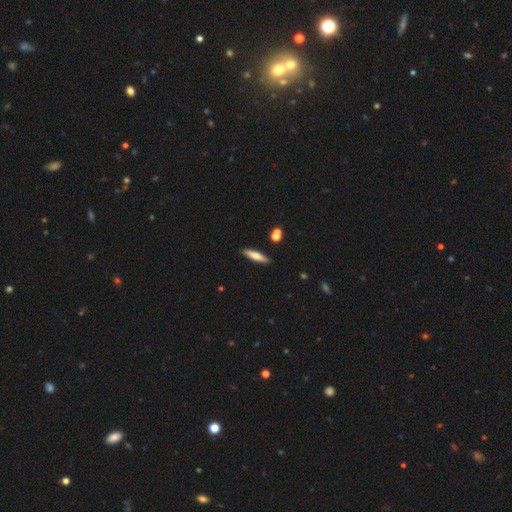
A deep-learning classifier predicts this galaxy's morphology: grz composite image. It shows a smooth galaxy with no disk features (60%) that is cigar-shaped (78%). Merging: none (87%).